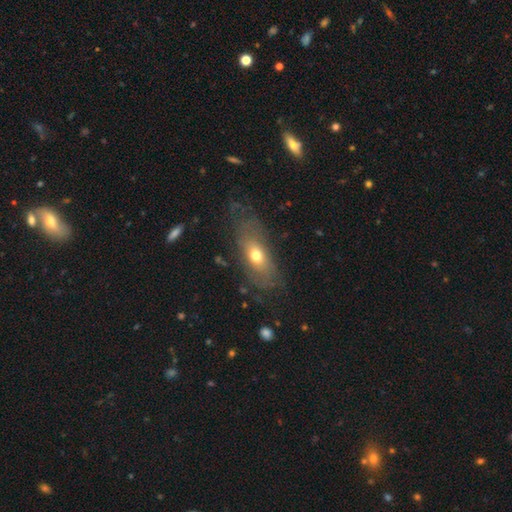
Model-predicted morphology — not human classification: Smooth or featured? Predicted: smooth (p=0.51). How rounded? Predicted: in between (p=0.77). Merging? Predicted: none (p=0.62).